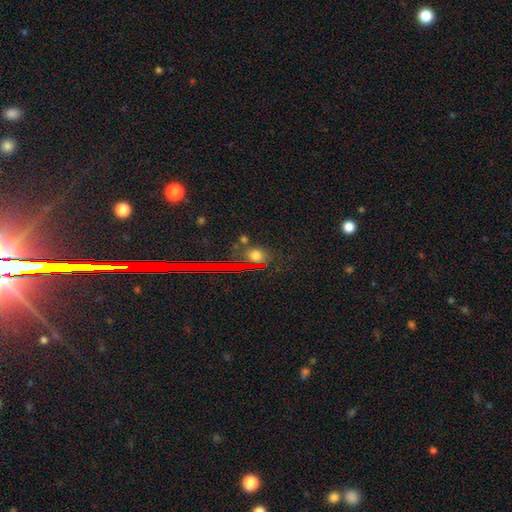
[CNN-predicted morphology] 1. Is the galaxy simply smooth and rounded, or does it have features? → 58% smooth, 33% star or artifact, 9% featured or disk.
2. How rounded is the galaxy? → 62% round, 34% in between, 4% cigar-shaped.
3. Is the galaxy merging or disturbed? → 72% none, 13% minor disturbance, 9% merger, 6% major disturbance.